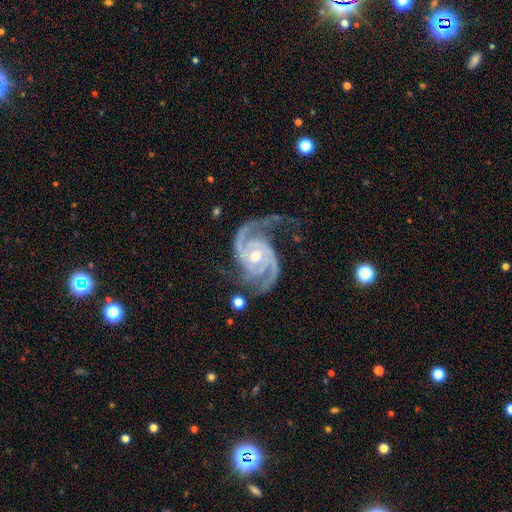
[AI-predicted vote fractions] Smooth or featured: featured or disk — 94% (star or artifact — 4%)
Edge-on disk: no — 98% (yes — 2%)
Bar: no — 62% (weak — 26%)
Spiral arms: yes — 99% (no — 1%)
Spiral winding: medium — 50% (tight — 38%)
Spiral arm count: 2 — 71% (3 — 16%)
Bulge size: moderate — 55% (small — 42%)
Merging: none — 61% (minor disturbance — 21%)